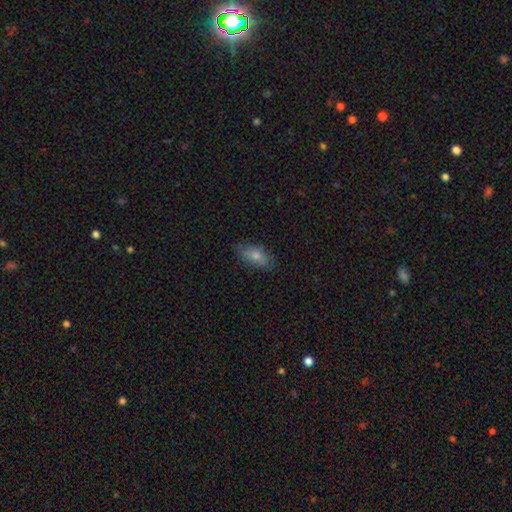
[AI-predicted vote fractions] Smooth or featured?
  - smooth: 78% *
  - featured or disk: 14%
  - star or artifact: 7%
How rounded?
  - in between: 90% *
  - cigar-shaped: 5%
  - round: 4%
Merging?
  - none: 76% *
  - minor disturbance: 19%
  - major disturbance: 4%
  - merger: 1%